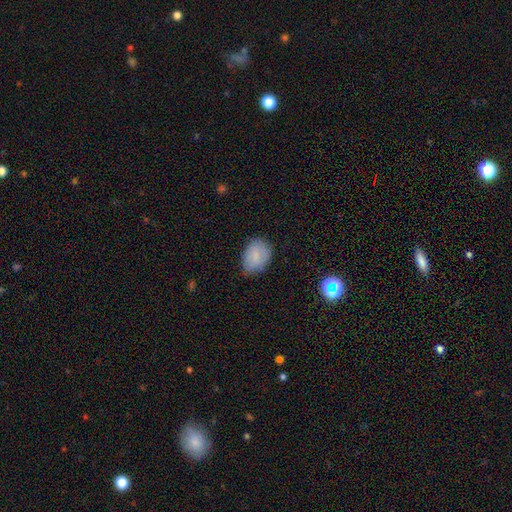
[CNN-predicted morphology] smooth-or-featured: smooth: 81% | featured or disk: 10% | star or artifact: 8%
  how-rounded: in between: 74% | round: 25% | cigar-shaped: 1%
  merging: none: 68% | minor disturbance: 26% | major disturbance: 5% | merger: 1%